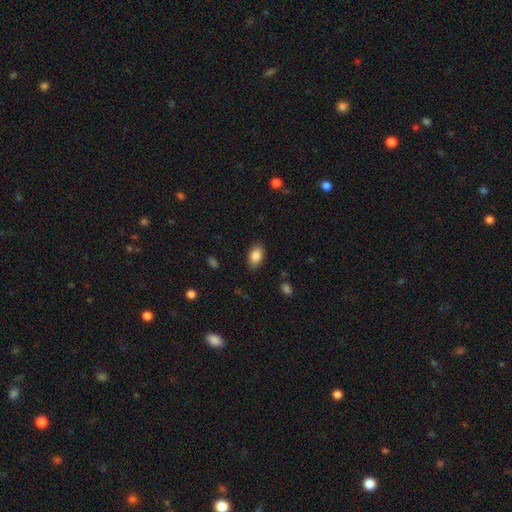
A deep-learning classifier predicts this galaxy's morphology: smooth-or-featured: smooth: 87% | star or artifact: 8% | featured or disk: 6%
  how-rounded: in between: 89% | round: 10% | cigar-shaped: 2%
  merging: none: 83% | minor disturbance: 13% | major disturbance: 3% | merger: 1%